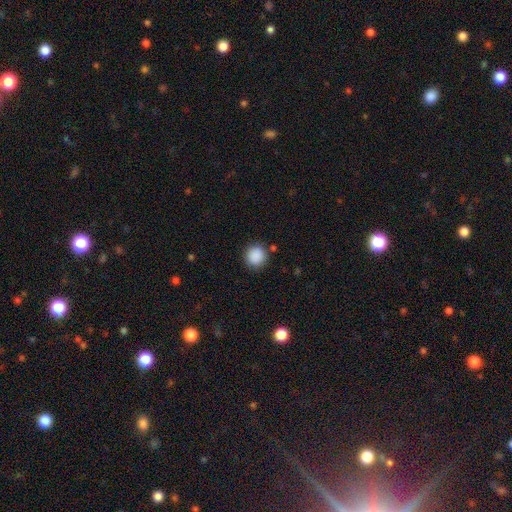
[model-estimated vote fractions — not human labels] Q: Smooth or featured?
A: smooth (88%); runner-up: star or artifact (9%)
Q: How rounded?
A: round (92%); runner-up: in between (7%)
Q: Merging?
A: none (86%); runner-up: minor disturbance (9%)